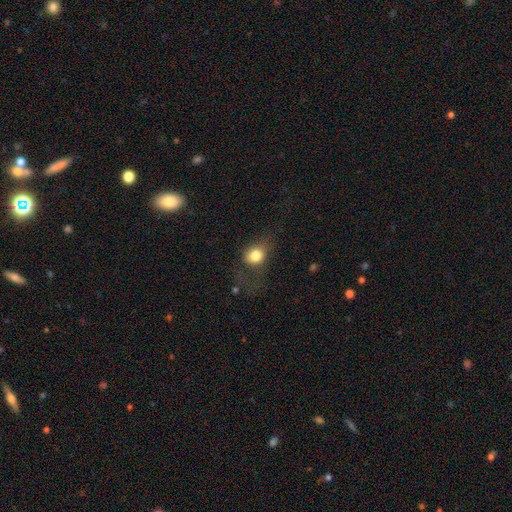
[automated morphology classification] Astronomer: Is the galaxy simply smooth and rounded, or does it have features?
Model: smooth — 77%.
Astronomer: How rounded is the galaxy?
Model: round — 58% (runner-up: in between, 40%).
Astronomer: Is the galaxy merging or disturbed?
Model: none — 41% (runner-up: major disturbance, 31%).